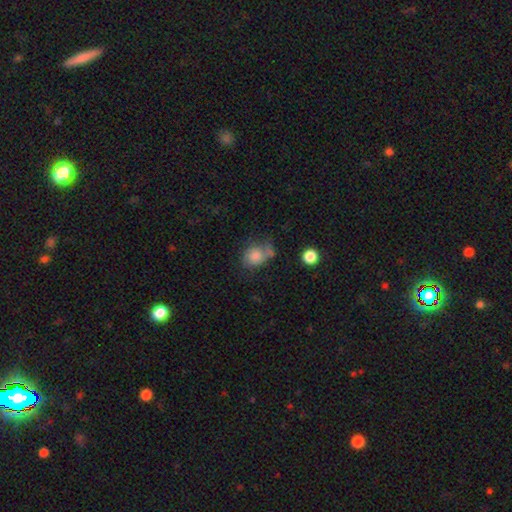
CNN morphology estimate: This appears to be a smooth galaxy with no disk features (75%) that is round (54%). Merging: none (44%).